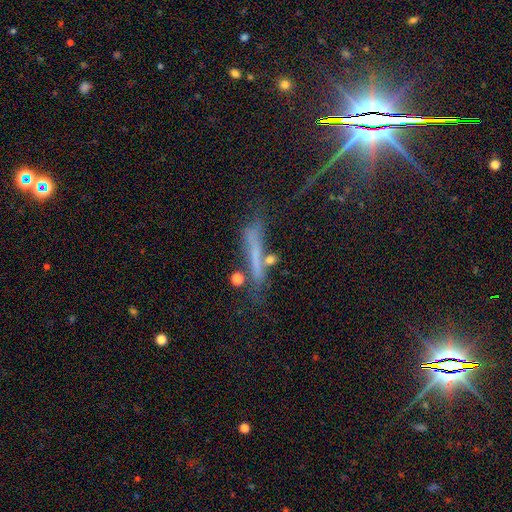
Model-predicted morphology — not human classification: A smooth galaxy with no disk features (47%).

Vote fractions:
- Smooth or featured? smooth: 47% / featured or disk: 37% / star or artifact: 15%
- Merging? none: 53% / minor disturbance: 22% / major disturbance: 13% / merger: 12%